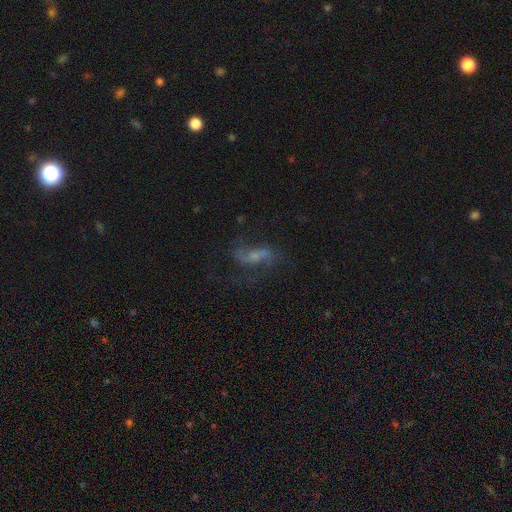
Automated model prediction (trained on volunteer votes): This appears to be a featured or disk galaxy (70%) with a weak bar (44%), 2 (85%) loose (66%) spiral arms (89%) and a small central bulge (39%). Merging: none (60%).